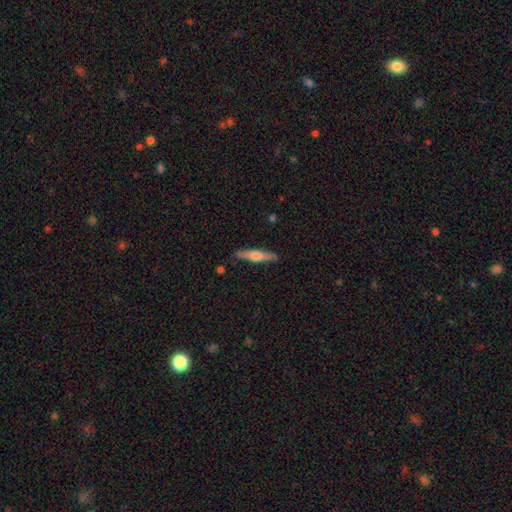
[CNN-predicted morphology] Smooth or featured? Predicted: smooth (p=0.50). How rounded? Predicted: cigar-shaped (p=0.85). Merging? Predicted: none (p=0.88).